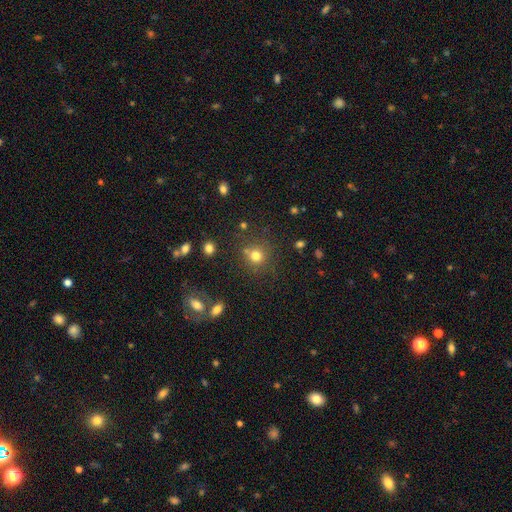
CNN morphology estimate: A smooth galaxy with no disk features (76%) that is round (89%).

Vote fractions:
- Smooth or featured? smooth: 76% / star or artifact: 17% / featured or disk: 8%
- How rounded? round: 89% / in between: 10% / cigar-shaped: 1%
- Merging? none: 73% / merger: 12% / minor disturbance: 11% / major disturbance: 4%